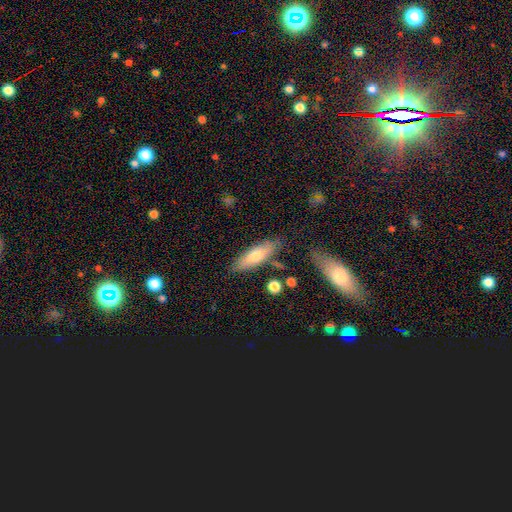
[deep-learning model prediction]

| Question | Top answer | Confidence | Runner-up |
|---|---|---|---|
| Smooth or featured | smooth | 64% | featured or disk (29%) |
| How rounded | in between | 49% | tied: cigar-shaped (49%) |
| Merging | none | 77% | minor disturbance (15%) |